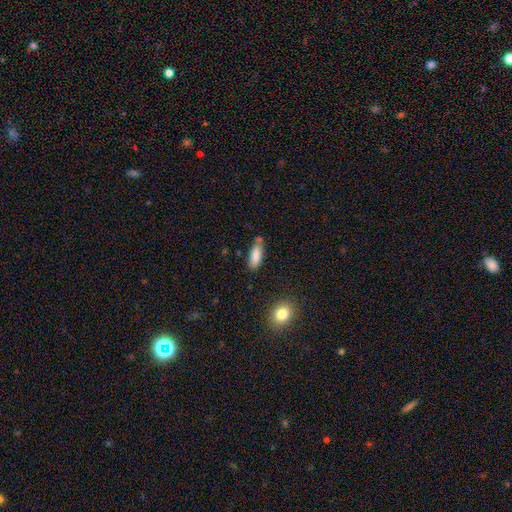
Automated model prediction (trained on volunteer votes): A smooth galaxy with no disk features (83%) that is in between round and cigar-shaped (69%). Merging: none (65%).